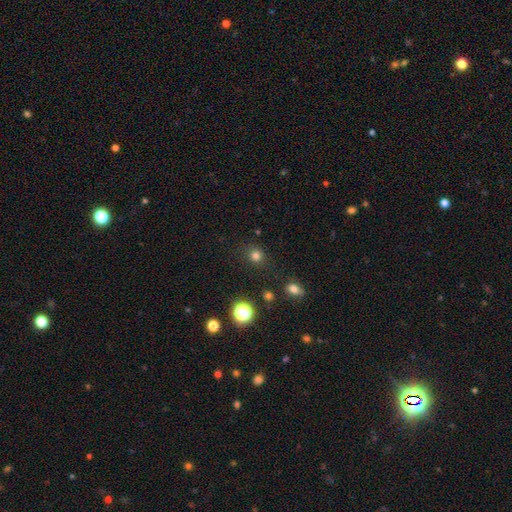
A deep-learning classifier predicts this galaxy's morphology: The model was most divided on "smooth or featured": smooth: 77%, star or artifact: 17%, featured or disk: 5%. More confident: how rounded — round (86%); merging — none (85%).